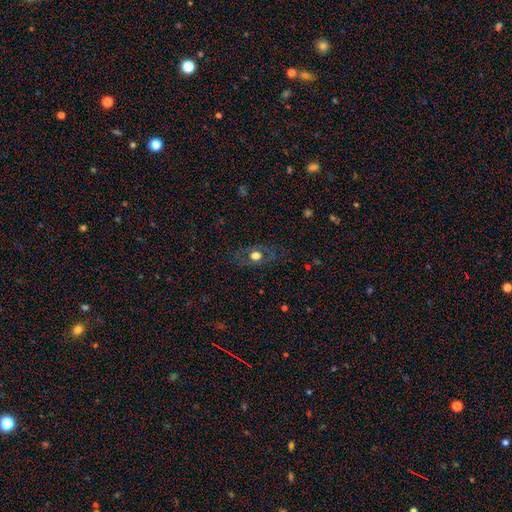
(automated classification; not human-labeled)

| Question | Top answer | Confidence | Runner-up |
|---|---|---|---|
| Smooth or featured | smooth | 53% | featured or disk (32%) |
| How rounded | in between | 63% | round (34%) |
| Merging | none | 80% | minor disturbance (13%) |